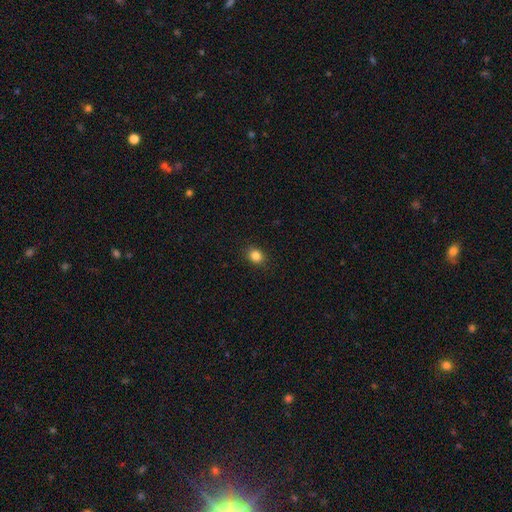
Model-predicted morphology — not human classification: Smooth or featured?
  - smooth: 84% *
  - star or artifact: 11%
  - featured or disk: 5%
How rounded?
  - round: 62% *
  - in between: 37%
  - cigar-shaped: 1%
Merging?
  - none: 90% *
  - minor disturbance: 7%
  - major disturbance: 2%
  - merger: 1%